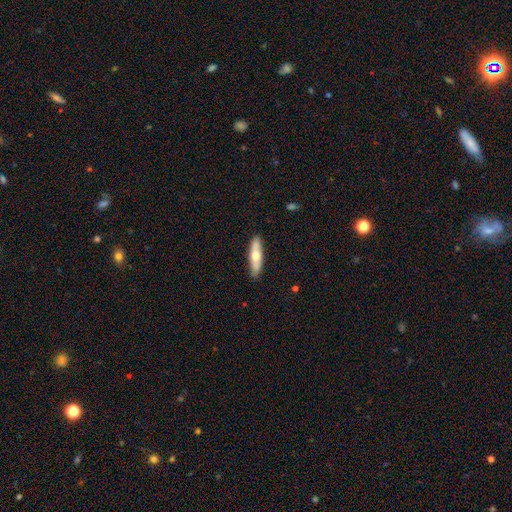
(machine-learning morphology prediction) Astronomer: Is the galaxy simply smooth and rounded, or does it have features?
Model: smooth — 56% (runner-up: featured or disk, 39%).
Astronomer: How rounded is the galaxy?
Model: cigar-shaped — 67%.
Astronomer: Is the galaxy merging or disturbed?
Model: none — 87%.